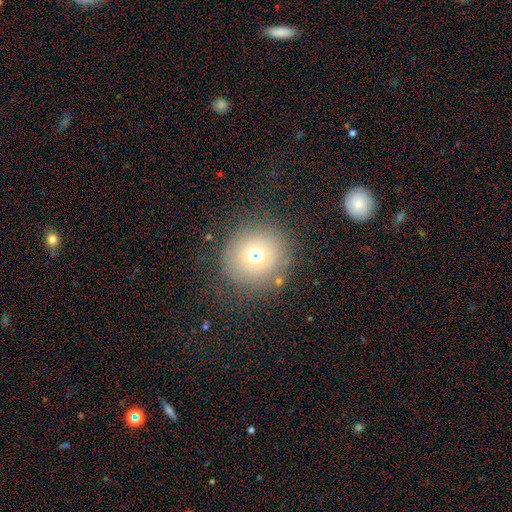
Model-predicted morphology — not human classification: The model was most divided on "smooth or featured": smooth: 68%, star or artifact: 17%, featured or disk: 16%. More confident: how rounded — round (93%); merging — none (77%).